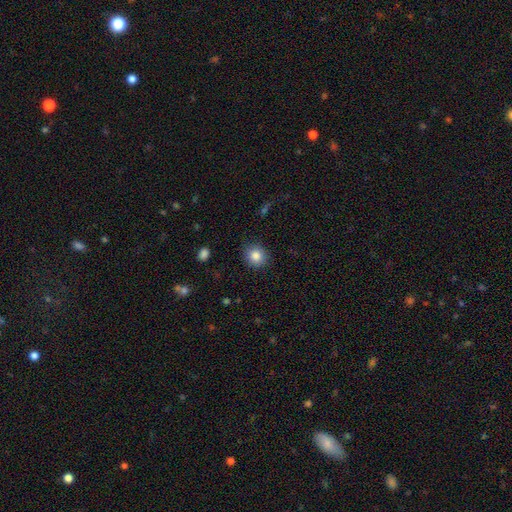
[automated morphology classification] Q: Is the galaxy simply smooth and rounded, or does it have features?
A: smooth — 85%.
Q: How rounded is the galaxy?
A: round — 84%.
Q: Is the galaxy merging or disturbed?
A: none — 88%.